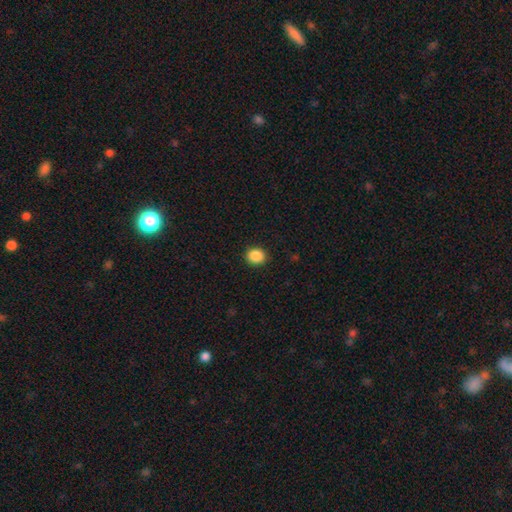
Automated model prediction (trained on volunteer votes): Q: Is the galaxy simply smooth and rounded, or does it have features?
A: smooth — 88%.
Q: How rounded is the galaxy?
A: round — 72%.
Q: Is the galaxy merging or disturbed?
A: none — 91%.